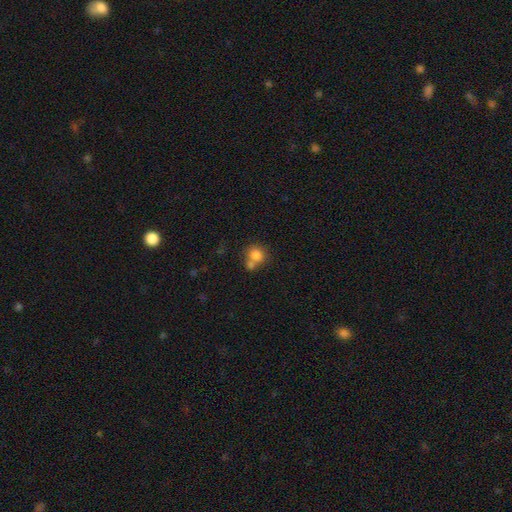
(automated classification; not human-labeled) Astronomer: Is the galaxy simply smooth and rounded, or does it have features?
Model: smooth — 80%.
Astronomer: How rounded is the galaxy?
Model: round — 79%.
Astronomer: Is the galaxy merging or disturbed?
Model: none — 43% (runner-up: merger, 42%).